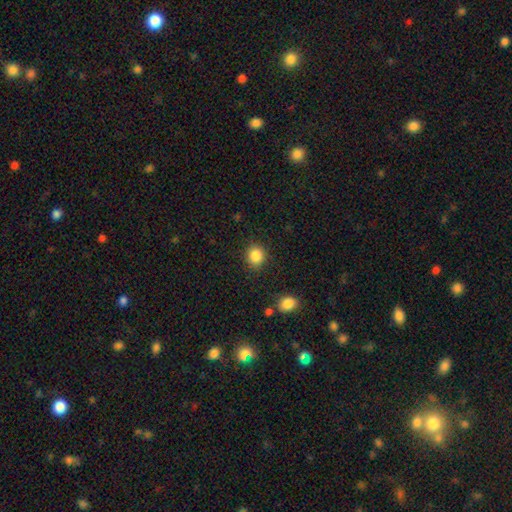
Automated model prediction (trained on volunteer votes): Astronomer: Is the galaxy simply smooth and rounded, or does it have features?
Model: smooth — 87%.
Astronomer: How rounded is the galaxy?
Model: round — 79%.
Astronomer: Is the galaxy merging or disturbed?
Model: none — 88%.